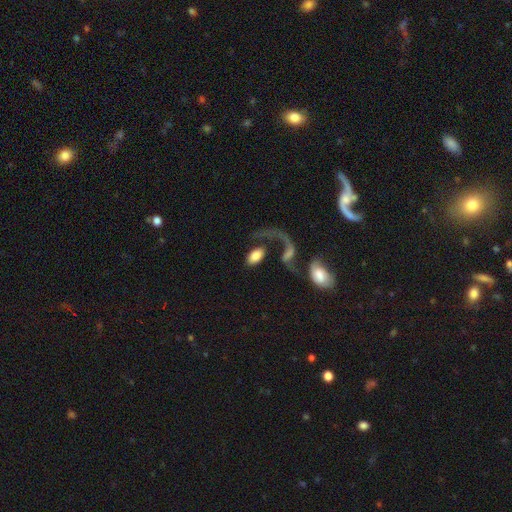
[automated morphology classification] Overall: smooth (66%; featured or disk 27%). How rounded: in between (93%). Merging: merger (35%; none 30%).